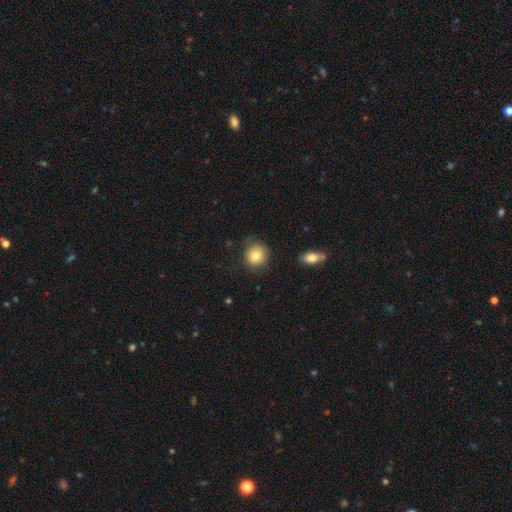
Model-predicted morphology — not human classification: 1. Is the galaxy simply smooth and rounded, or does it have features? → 81% smooth, 10% featured or disk, 9% star or artifact.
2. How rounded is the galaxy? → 84% round, 15% in between, 1% cigar-shaped.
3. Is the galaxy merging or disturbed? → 75% none, 19% minor disturbance, 4% major disturbance, 2% merger.